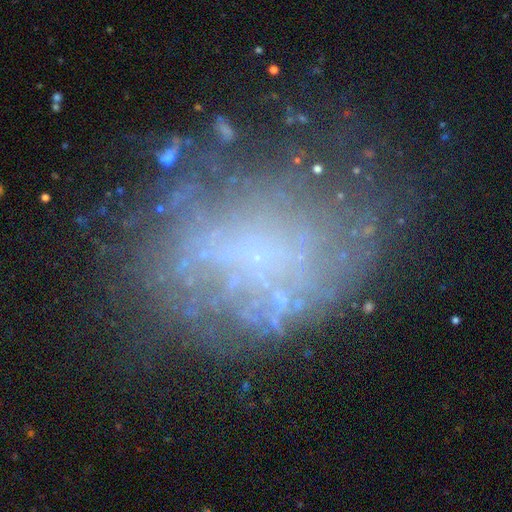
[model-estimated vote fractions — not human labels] Smooth or featured?
  - featured or disk: 51% *
  - smooth: 30%
  - star or artifact: 19%
Edge-on disk?
  - no: 97% *
  - yes: 3%
Merging?
  - none: 55% *
  - major disturbance: 21%
  - minor disturbance: 20%
  - merger: 4%